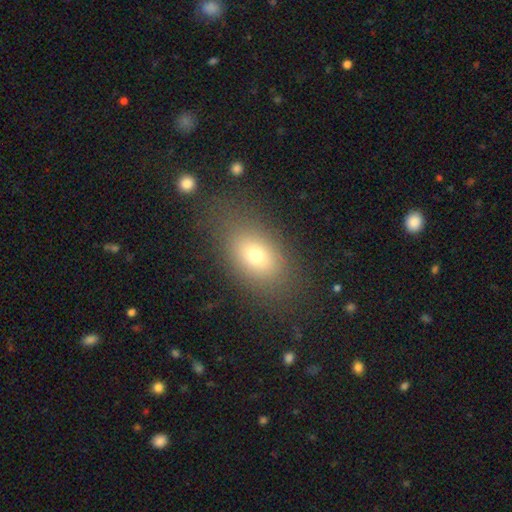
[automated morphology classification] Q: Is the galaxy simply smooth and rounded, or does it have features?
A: smooth — 70%.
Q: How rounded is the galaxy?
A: in between — 82%.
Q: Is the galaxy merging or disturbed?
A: none — 77%.